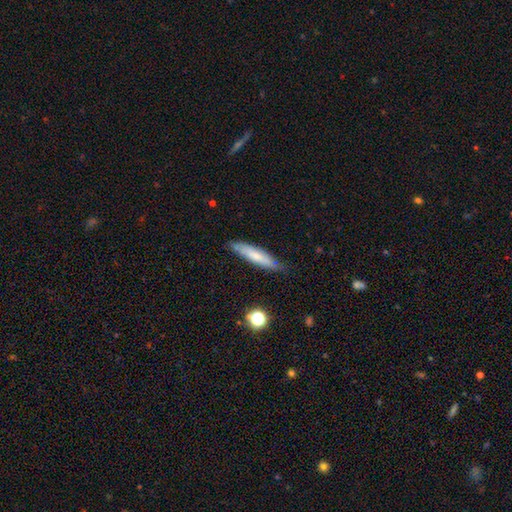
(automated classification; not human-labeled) Smooth or featured? smooth (63%)
How rounded? cigar-shaped (83%)
Merging? none (77%)